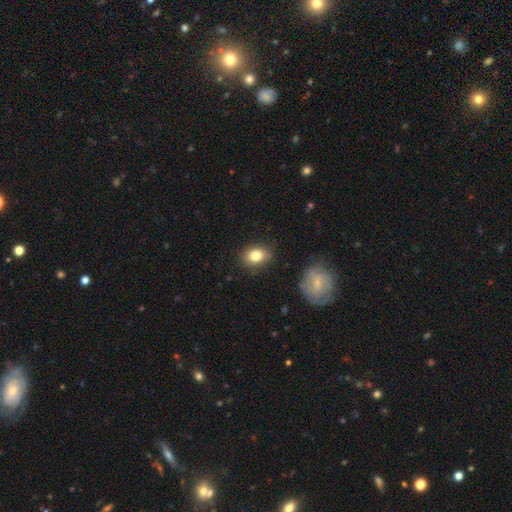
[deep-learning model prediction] The model was most divided on "how rounded": in between: 61%, round: 38%, cigar-shaped: 1%. More confident: merging — none (83%); smooth or featured — smooth (82%).